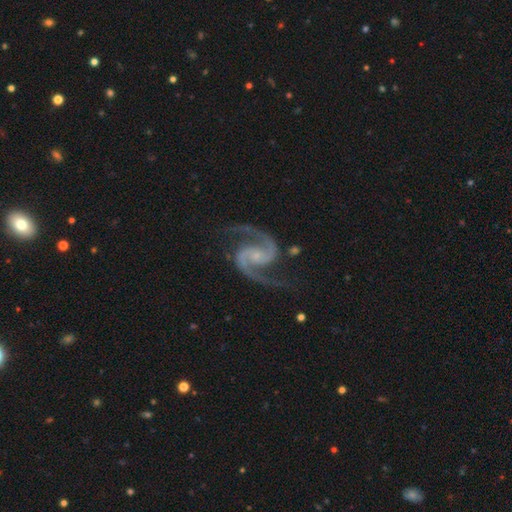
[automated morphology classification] The model was most divided on "bar": no: 54%, weak: 34%, strong: 12%. More confident: spiral arms — yes (99%); edge-on disk — no (99%); spiral arm count — 2 (95%); smooth or featured — featured or disk (95%); merging — none (78%); spiral winding — medium (67%); bulge size — small (63%).